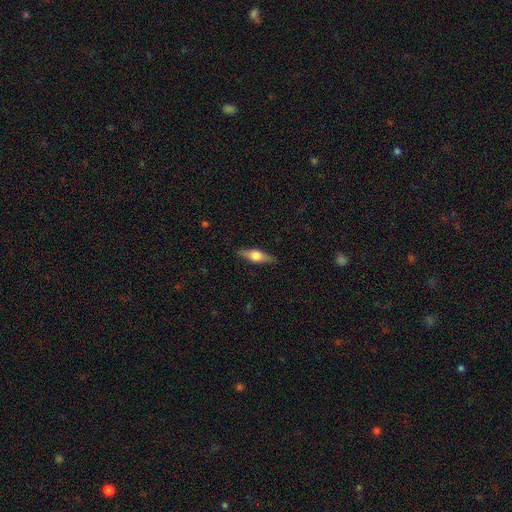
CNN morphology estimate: The model was most divided on "smooth or featured": featured or disk: 51%, smooth: 43%, star or artifact: 6%. More confident: edge-on disk — yes (93%); merging — none (86%).